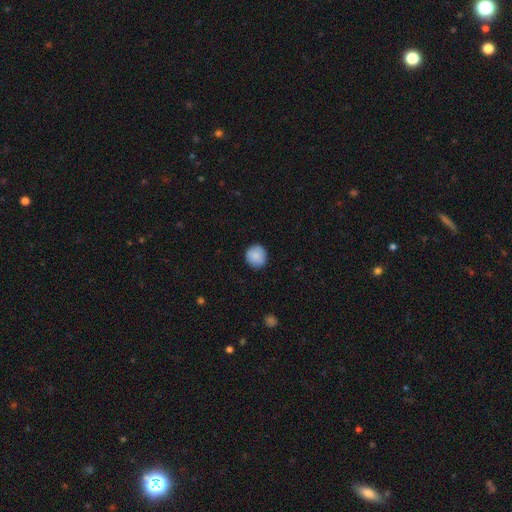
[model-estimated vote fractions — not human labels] smooth_or_featured: smooth (p=0.87) [alt: star or artifact p=0.07]
how_rounded: round (p=0.91) [alt: in between p=0.08]
merging: none (p=0.88) [alt: minor disturbance p=0.09]